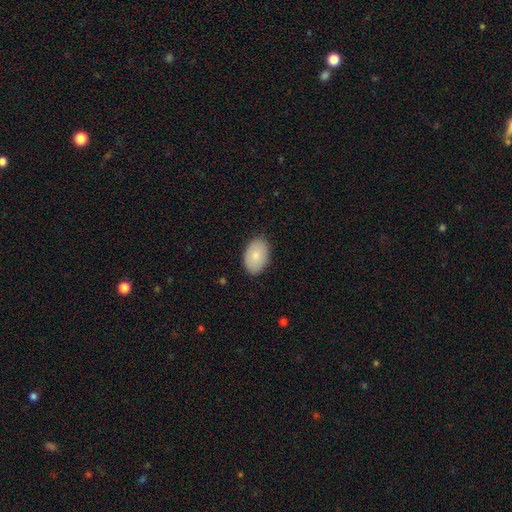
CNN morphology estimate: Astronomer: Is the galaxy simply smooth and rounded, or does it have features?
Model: smooth — 85%.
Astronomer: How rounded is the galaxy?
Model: in between — 89%.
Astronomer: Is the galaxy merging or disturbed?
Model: none — 86%.